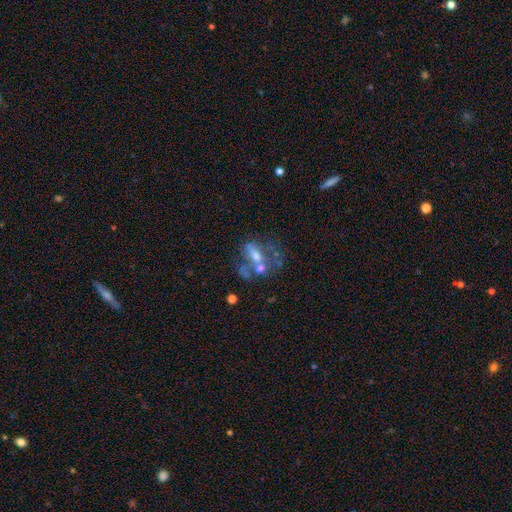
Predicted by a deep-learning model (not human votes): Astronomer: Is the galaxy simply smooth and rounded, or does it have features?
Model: featured or disk — 47% (runner-up: smooth, 38%).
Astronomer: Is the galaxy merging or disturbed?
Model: merger — 41% (runner-up: none, 24%).